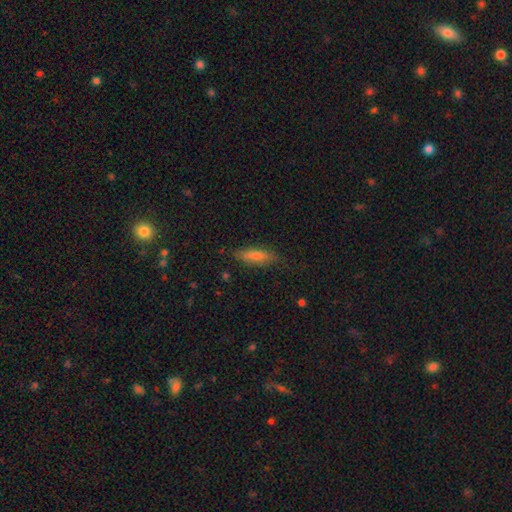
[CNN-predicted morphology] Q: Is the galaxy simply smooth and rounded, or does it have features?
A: smooth — 69%.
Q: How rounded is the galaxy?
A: cigar-shaped — 61%.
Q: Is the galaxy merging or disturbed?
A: none — 82%.